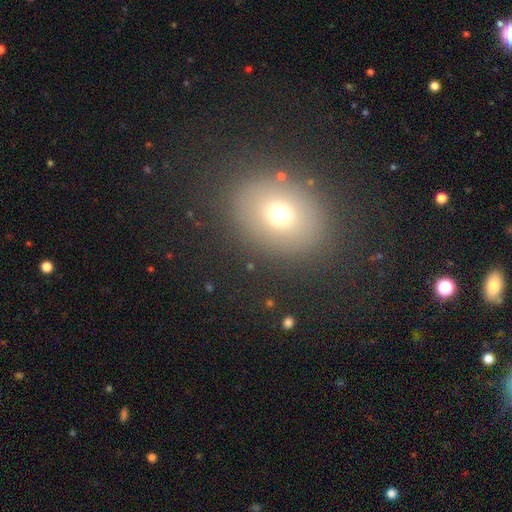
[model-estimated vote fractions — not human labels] smooth_or_featured: smooth (p=0.66) [alt: star or artifact p=0.18]
how_rounded: in between (p=0.51) [alt: round p=0.48]
merging: none (p=0.86) [alt: minor disturbance p=0.08]